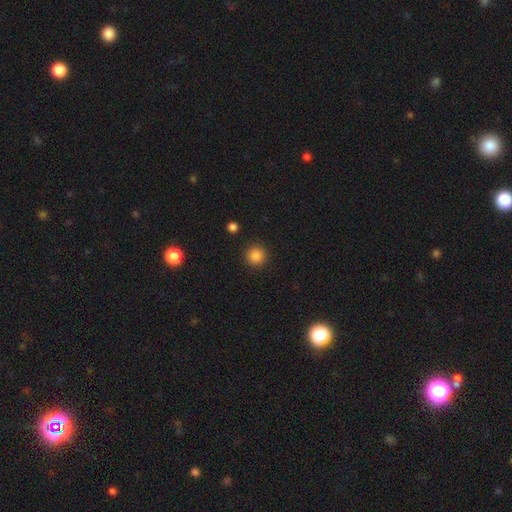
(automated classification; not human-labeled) Morphology: type=smooth (86%); roundness=round (95%); merging=none (91%).